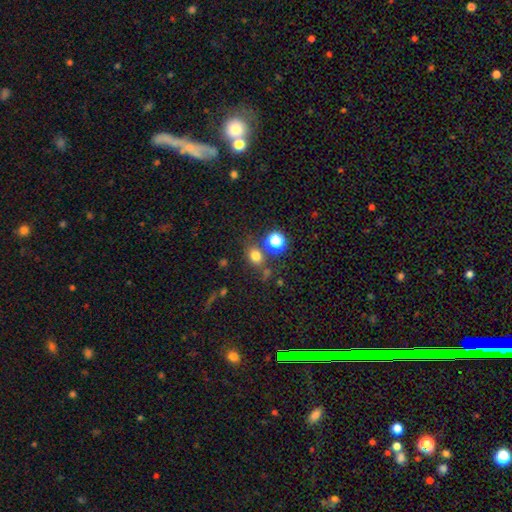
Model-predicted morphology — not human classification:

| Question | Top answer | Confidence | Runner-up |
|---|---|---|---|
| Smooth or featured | smooth | 75% | star or artifact (18%) |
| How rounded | round | 60% | in between (39%) |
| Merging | none | 71% | merger (13%) |